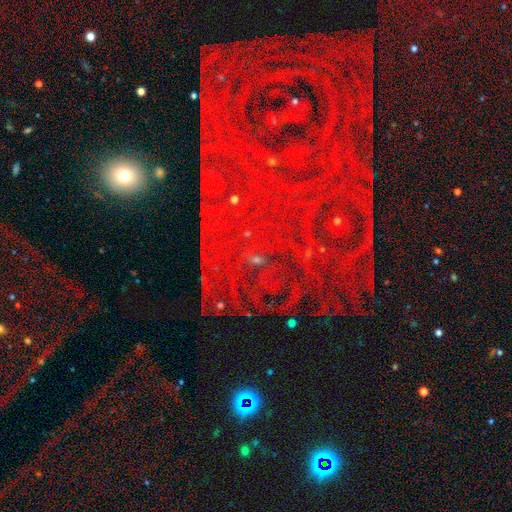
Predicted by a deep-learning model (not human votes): Smooth or featured? star or artifact (74%)